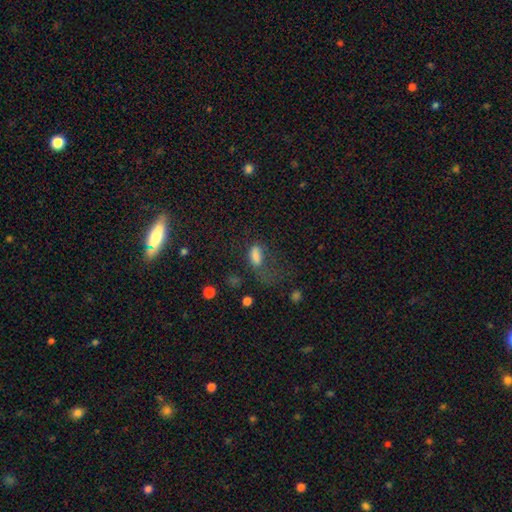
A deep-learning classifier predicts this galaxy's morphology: A smooth galaxy with no disk features (72%) that is in between round and cigar-shaped (82%). Merging: major disturbance (48%).